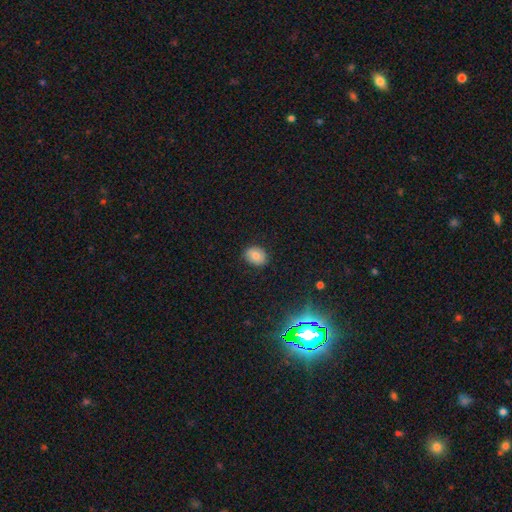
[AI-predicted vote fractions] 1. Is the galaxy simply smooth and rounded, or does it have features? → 75% smooth, 13% featured or disk, 12% star or artifact.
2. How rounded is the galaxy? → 53% round, 46% in between, 1% cigar-shaped.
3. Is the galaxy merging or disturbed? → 86% none, 11% minor disturbance, 2% major disturbance, 1% merger.